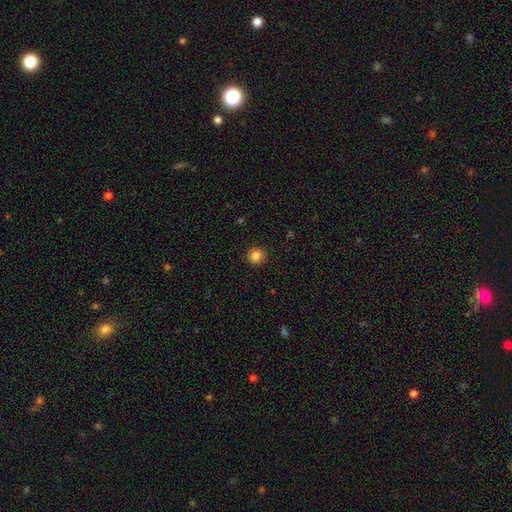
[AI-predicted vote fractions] This appears to be a smooth galaxy with no disk features (85%) that is round (93%). Merging: none (92%).